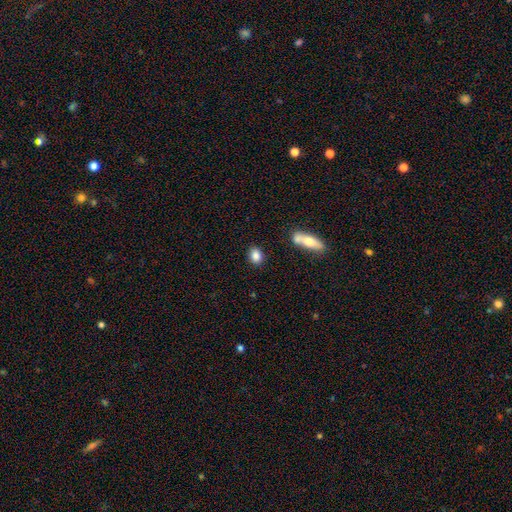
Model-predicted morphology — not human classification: Overall: smooth (84%). How rounded: in between (56%; round 42%). Merging: none (82%).